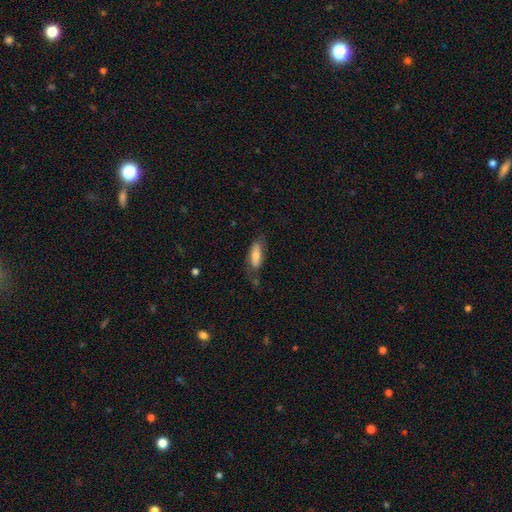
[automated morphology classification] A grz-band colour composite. It shows a smooth galaxy with no disk features (62%) that is in between round and cigar-shaped (69%). Merging: none (56%).